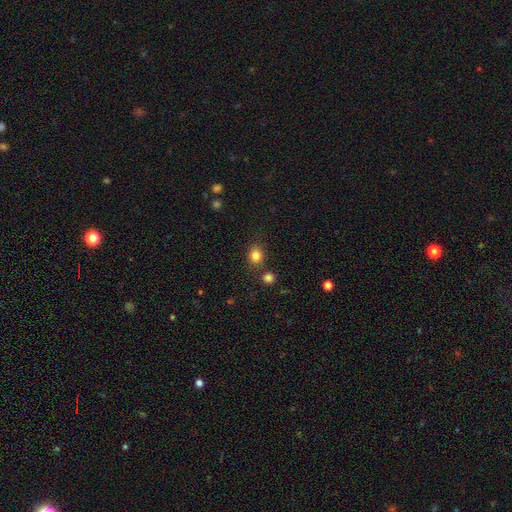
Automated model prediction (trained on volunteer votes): Smooth or featured: smooth — 82% (star or artifact — 12%)
How rounded: round — 69% (in between — 30%)
Merging: none — 79% (minor disturbance — 10%)